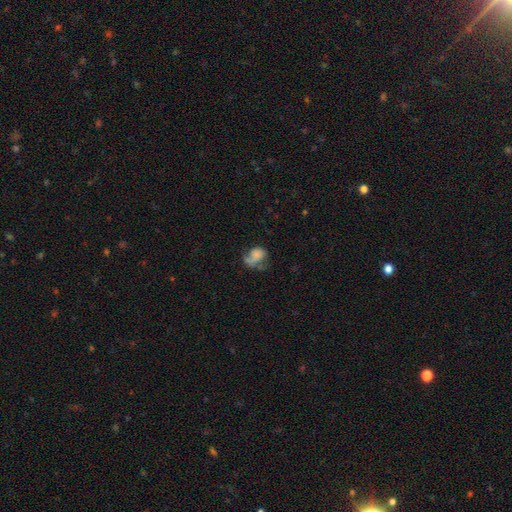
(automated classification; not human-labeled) A smooth galaxy with no disk features (54%) that is in between round and cigar-shaped (68%). Merging: major disturbance (41%).